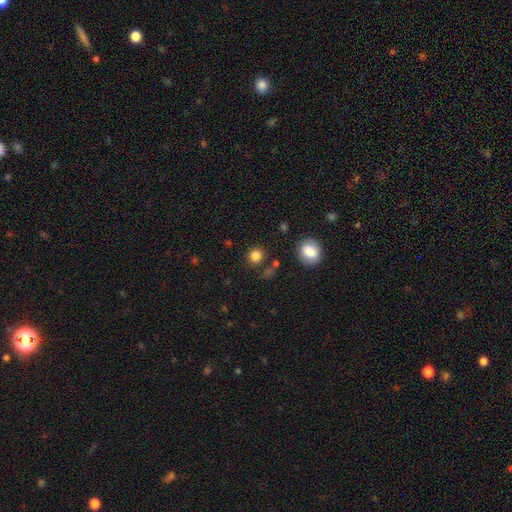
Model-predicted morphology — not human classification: This appears to be a smooth galaxy with no disk features (83%) that is round (86%). Merging: none (82%).